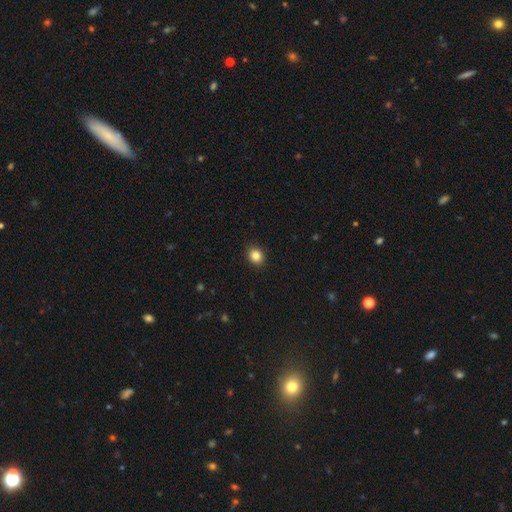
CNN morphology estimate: smooth 85%, star or artifact 11%, featured or disk 5%. Down the decision tree: how rounded — round (68%); merging — none (91%).